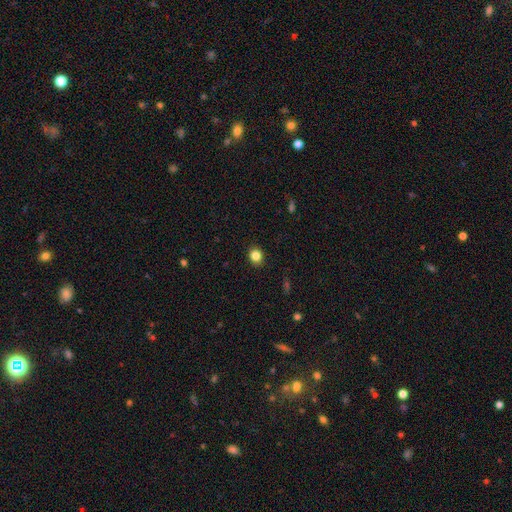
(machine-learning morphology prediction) This is clearly a smooth galaxy (83%). How rounded: likely round (75%). Merging: clearly none (90%).